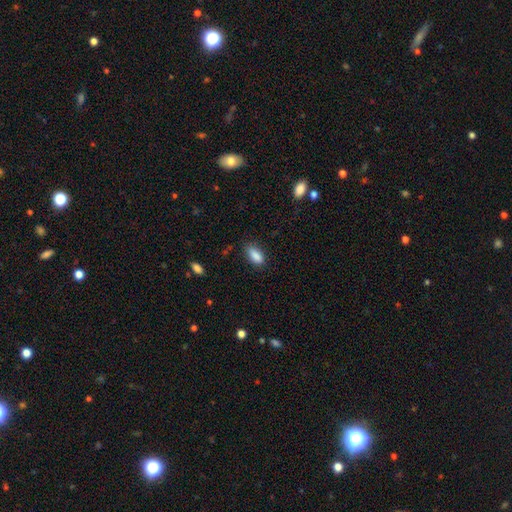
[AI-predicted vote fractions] This appears to be a smooth galaxy with no disk features (88%) that is in between round and cigar-shaped (87%). Merging: none (79%).